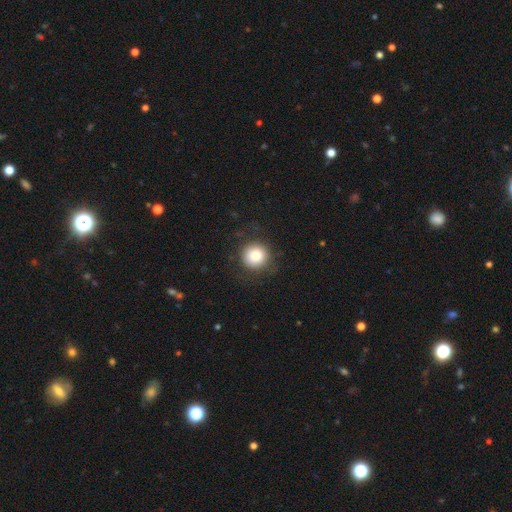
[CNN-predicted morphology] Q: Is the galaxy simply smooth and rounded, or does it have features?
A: smooth — 81%.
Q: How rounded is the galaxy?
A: round — 95%.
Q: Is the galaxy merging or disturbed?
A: none — 86%.